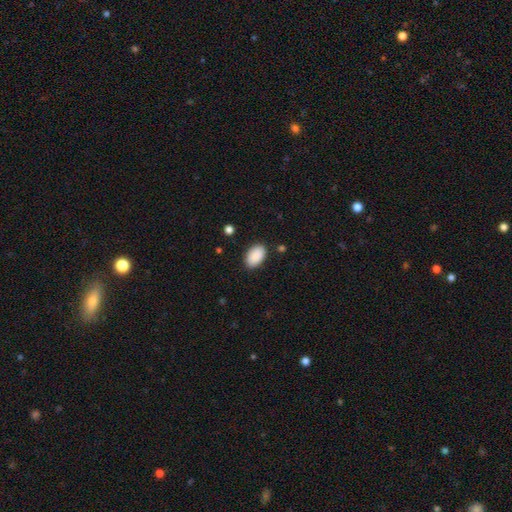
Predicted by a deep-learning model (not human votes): Smooth or featured?
  - smooth: 91% *
  - star or artifact: 7%
  - featured or disk: 3%
How rounded?
  - in between: 93% *
  - round: 6%
  - cigar-shaped: 1%
Merging?
  - none: 87% *
  - minor disturbance: 9%
  - major disturbance: 2%
  - merger: 1%